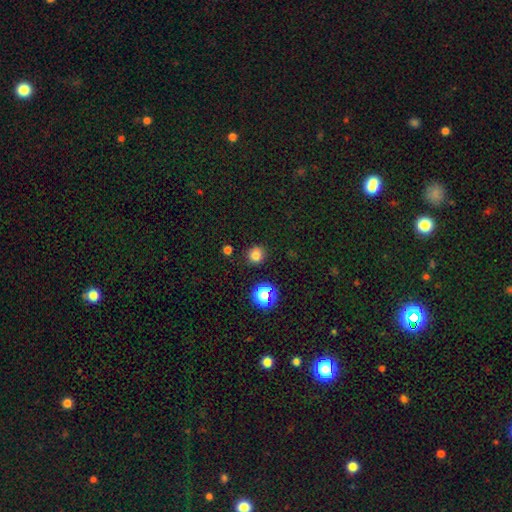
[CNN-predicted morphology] smooth 77%, star or artifact 18%, featured or disk 5%. Down the decision tree: how rounded — round (90%); merging — none (87%).